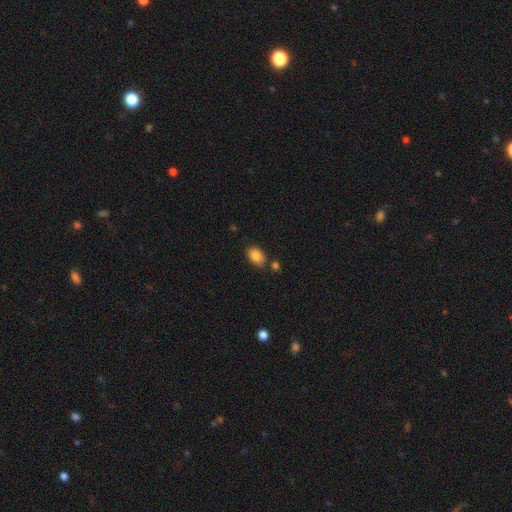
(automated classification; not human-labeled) A smooth galaxy with no disk features (86%) that is in between round and cigar-shaped (90%).

Vote fractions:
- Smooth or featured? smooth: 86% / star or artifact: 8% / featured or disk: 6%
- How rounded? in between: 90% / round: 9% / cigar-shaped: 1%
- Merging? none: 76% / minor disturbance: 14% / merger: 8% / major disturbance: 3%